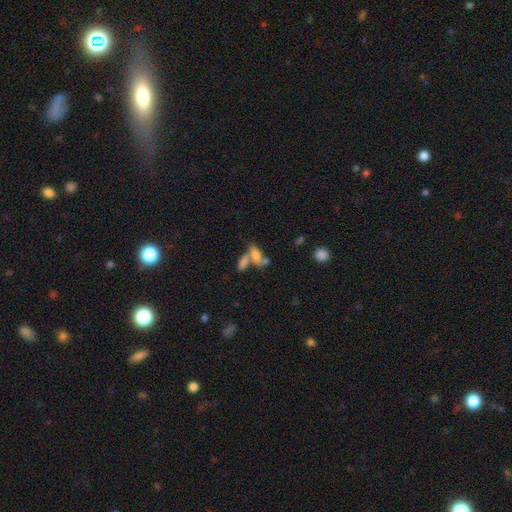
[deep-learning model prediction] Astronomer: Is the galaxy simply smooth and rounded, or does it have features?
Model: smooth — 66%.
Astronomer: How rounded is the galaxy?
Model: in between — 76%.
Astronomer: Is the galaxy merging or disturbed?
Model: merger — 51% (runner-up: none, 32%).